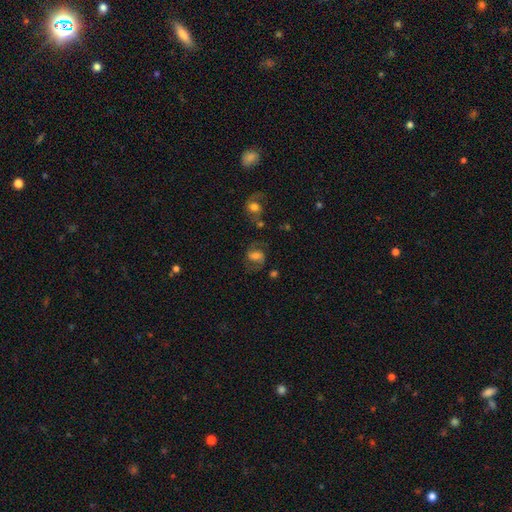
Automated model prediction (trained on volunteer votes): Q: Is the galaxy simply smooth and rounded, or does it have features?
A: featured or disk — 60%.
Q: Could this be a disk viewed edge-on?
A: no — 97%.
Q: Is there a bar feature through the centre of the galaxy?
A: weak — 46%.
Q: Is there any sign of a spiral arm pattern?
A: yes — 89%.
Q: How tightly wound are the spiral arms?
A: medium — 53%.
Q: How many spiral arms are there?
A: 2 — 89%.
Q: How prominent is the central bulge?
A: moderate — 48%.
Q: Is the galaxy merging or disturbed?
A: none — 64%.